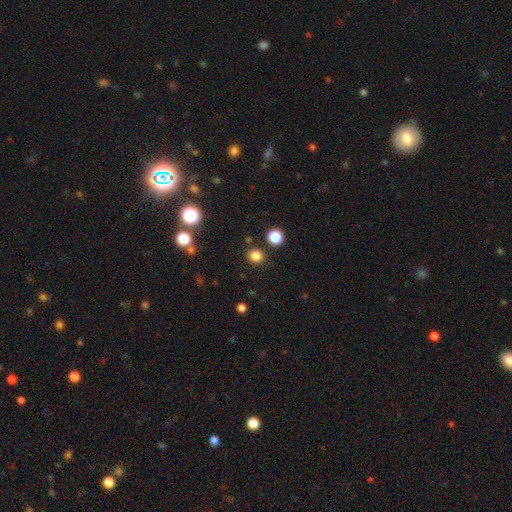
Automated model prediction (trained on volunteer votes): Overall: smooth (82%). How rounded: round (81%). Merging: none (85%).